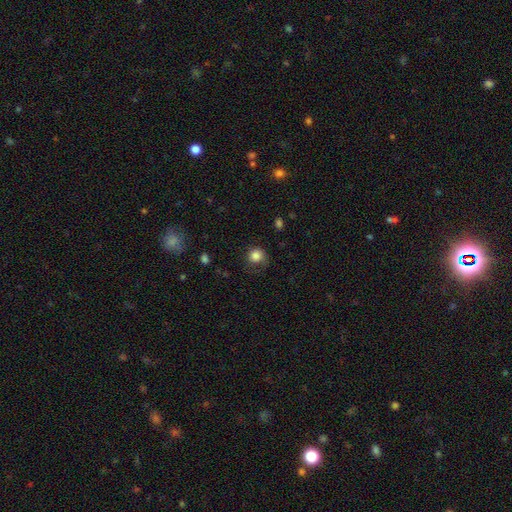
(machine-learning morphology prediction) Smooth or featured? Predicted: smooth (p=0.84). How rounded? Predicted: round (p=0.88). Merging? Predicted: none (p=0.65).